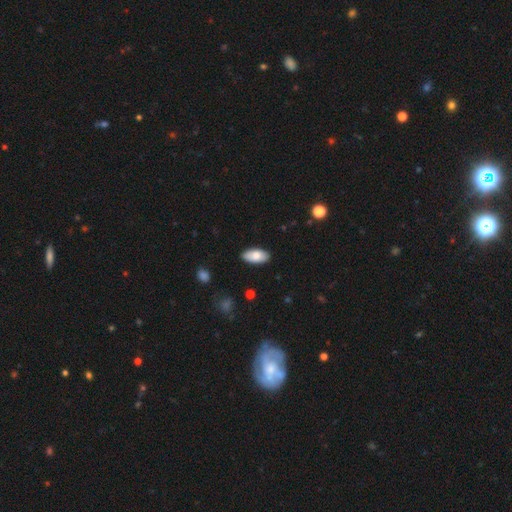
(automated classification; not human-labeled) A smooth galaxy with no disk features (82%) that is in between round and cigar-shaped (93%).

Vote fractions:
- Smooth or featured? smooth: 82% / featured or disk: 12% / star or artifact: 6%
- How rounded? in between: 93% / cigar-shaped: 5% / round: 2%
- Merging? none: 87% / minor disturbance: 10% / major disturbance: 2% / merger: 1%